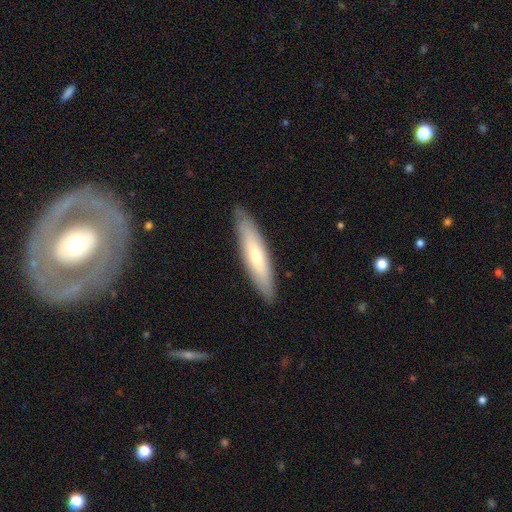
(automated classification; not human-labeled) Smooth or featured: smooth — 51% (featured or disk — 42%)
How rounded: cigar-shaped — 77% (in between — 22%)
Merging: none — 86% (minor disturbance — 10%)